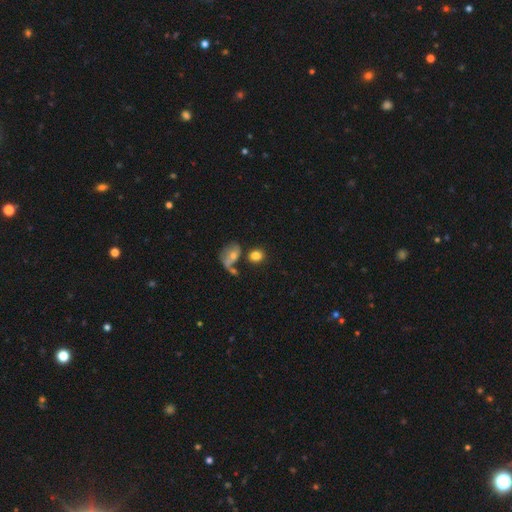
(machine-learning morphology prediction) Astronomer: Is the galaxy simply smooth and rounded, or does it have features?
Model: smooth — 79%.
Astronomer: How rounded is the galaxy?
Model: round — 57% (runner-up: in between, 42%).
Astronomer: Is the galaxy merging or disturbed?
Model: none — 58%.